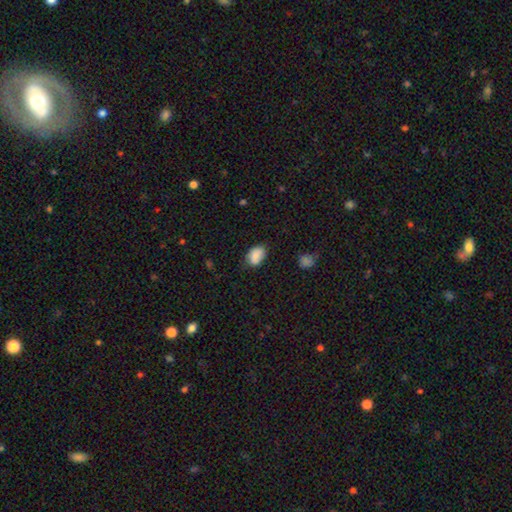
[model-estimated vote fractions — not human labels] Morphology: type=smooth (84%); roundness=in between (83%); merging=none (67%).